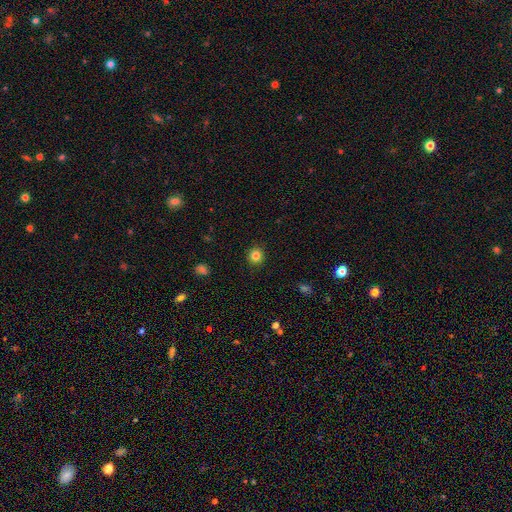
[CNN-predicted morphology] smooth_or_featured: smooth (p=0.83) [alt: star or artifact p=0.12]
how_rounded: round (p=0.90) [alt: in between p=0.09]
merging: none (p=0.92) [alt: minor disturbance p=0.05]